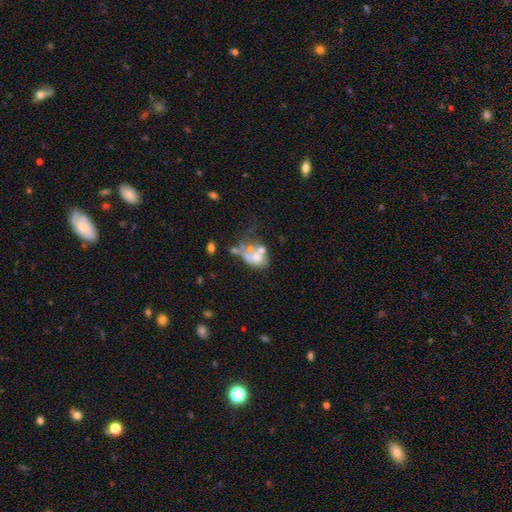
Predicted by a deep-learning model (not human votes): This appears to be a featured or disk galaxy (52%) with no bar (91%), no spiral arms (92%) and no central bulge (47%). Merging: merger (42%).